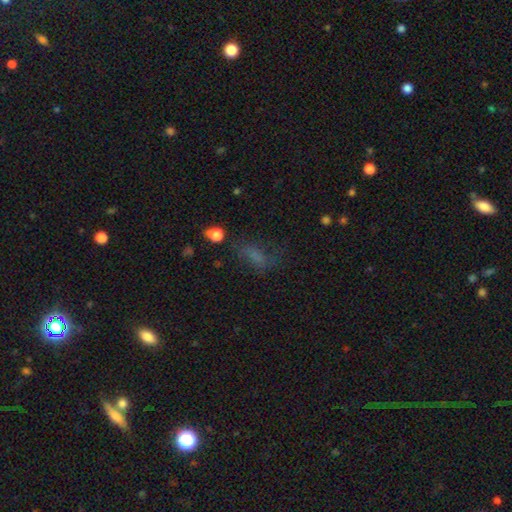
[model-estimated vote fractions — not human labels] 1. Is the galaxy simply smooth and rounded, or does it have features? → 56% smooth, 24% star or artifact, 19% featured or disk.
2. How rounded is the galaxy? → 71% in between, 19% cigar-shaped, 10% round.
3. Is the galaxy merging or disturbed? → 47% none, 26% major disturbance, 23% minor disturbance, 4% merger.